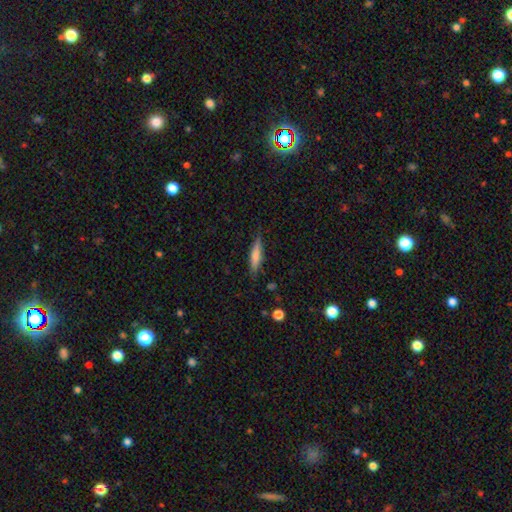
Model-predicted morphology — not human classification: smooth-or-featured: smooth: 65% | featured or disk: 29% | star or artifact: 6%
  how-rounded: cigar-shaped: 82% | in between: 16% | round: 2%
  merging: none: 84% | minor disturbance: 12% | major disturbance: 3% | merger: 1%